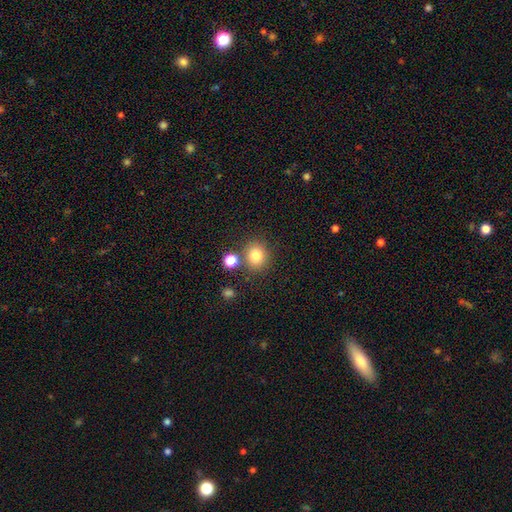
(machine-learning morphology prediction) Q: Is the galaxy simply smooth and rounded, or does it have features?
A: smooth — 80%.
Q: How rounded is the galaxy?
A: round — 81%.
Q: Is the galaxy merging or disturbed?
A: none — 77%.